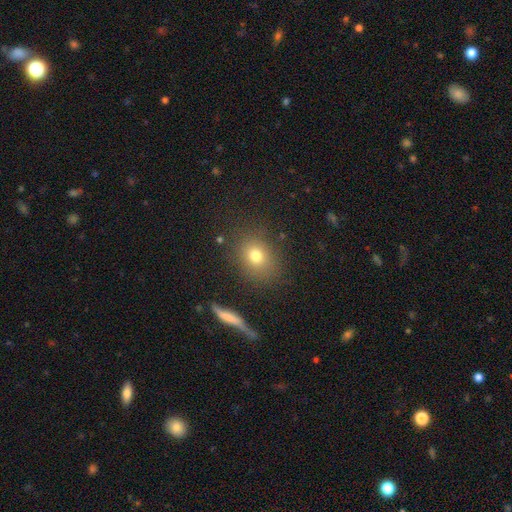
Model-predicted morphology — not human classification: This appears to be a smooth galaxy with no disk features (75%) that is round (56%). Merging: none (80%).